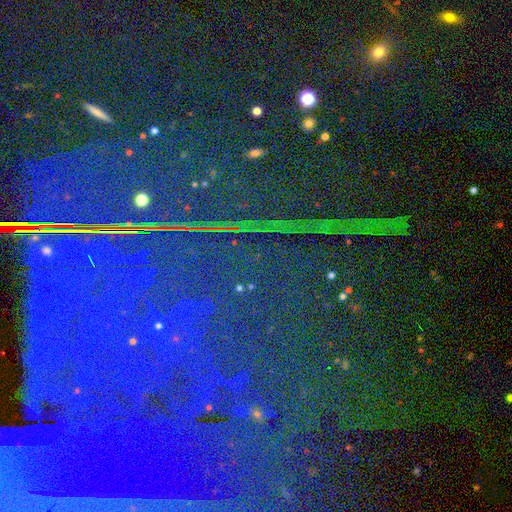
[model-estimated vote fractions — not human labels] Smooth or featured?
  - star or artifact: 86% *
  - featured or disk: 7%
  - smooth: 7%